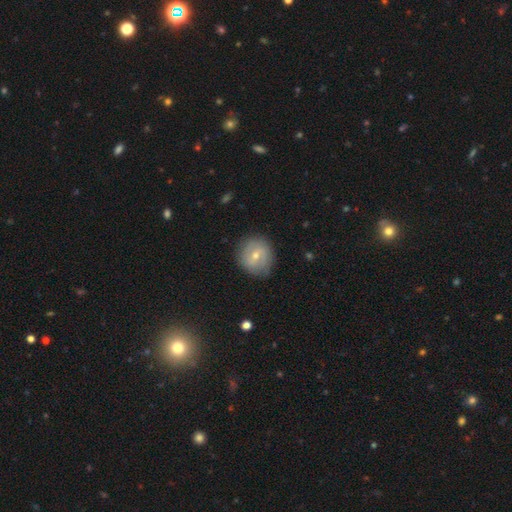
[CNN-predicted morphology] smooth 49%, featured or disk 44%, star or artifact 7%. Down the decision tree: merging — none (81%).